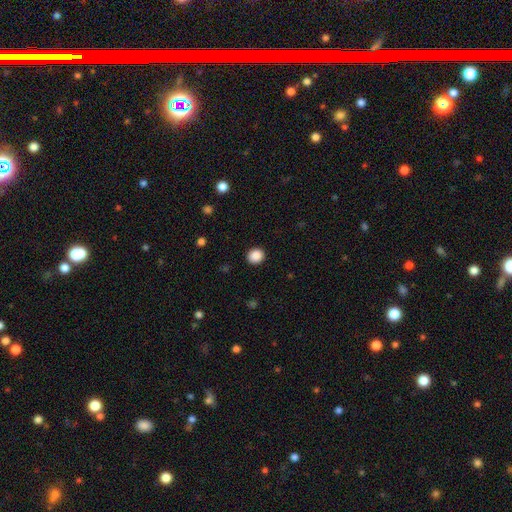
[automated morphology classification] Smooth or featured? Predicted: smooth (p=0.88). How rounded? Predicted: round (p=0.81). Merging? Predicted: none (p=0.92).